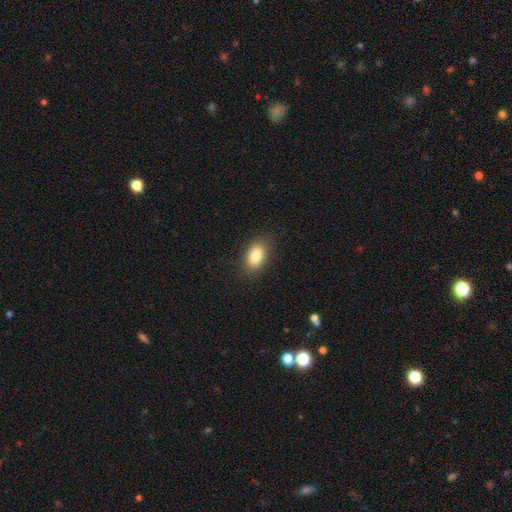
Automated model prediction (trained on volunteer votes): smooth_or_featured: smooth (p=0.83) [alt: featured or disk p=0.09]
how_rounded: in between (p=0.88) [alt: round p=0.10]
merging: none (p=0.86) [alt: minor disturbance p=0.11]